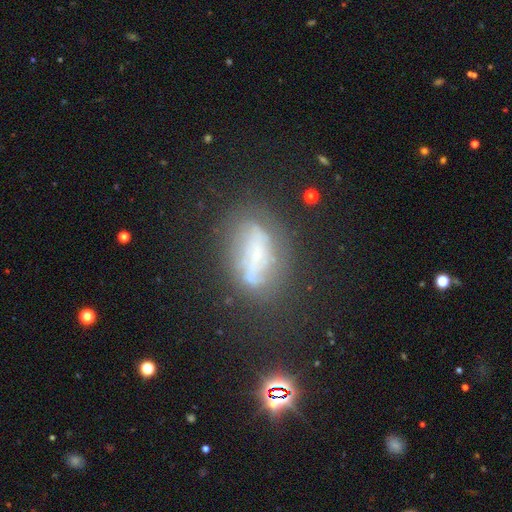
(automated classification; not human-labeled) A featured or disk galaxy (54%).

Vote fractions:
- Smooth or featured? featured or disk: 54% / smooth: 30% / star or artifact: 16%
- Edge-on disk? no: 75% / yes: 25%
- Merging? none: 51% / minor disturbance: 23% / major disturbance: 19% / merger: 7%